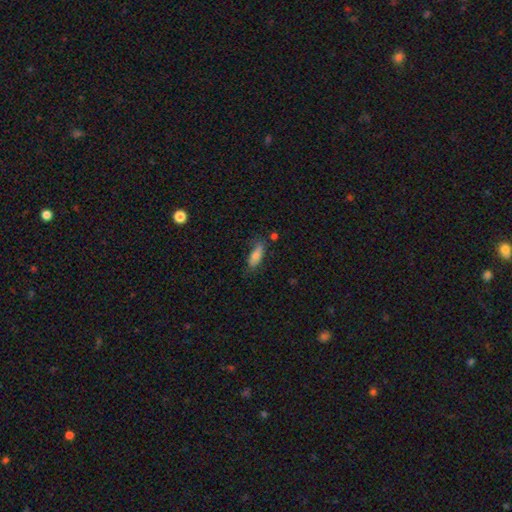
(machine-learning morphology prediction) Smooth or featured? Predicted: smooth (p=0.72). How rounded? Predicted: in between (p=0.61). Merging? Predicted: none (p=0.68).